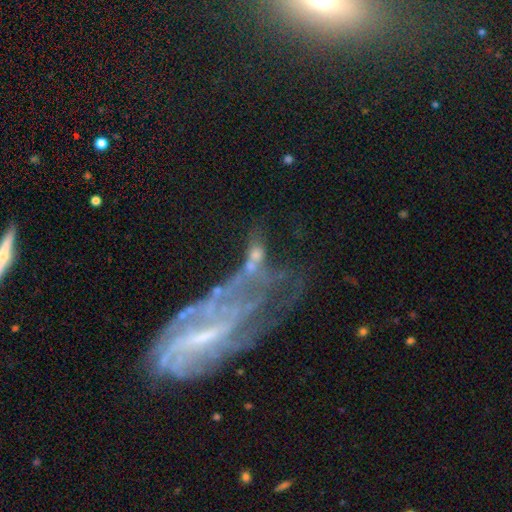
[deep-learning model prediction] featured or disk 55%, smooth 27%, star or artifact 18%. Down the decision tree: edge-on disk — no (86%); merging — none (35%).